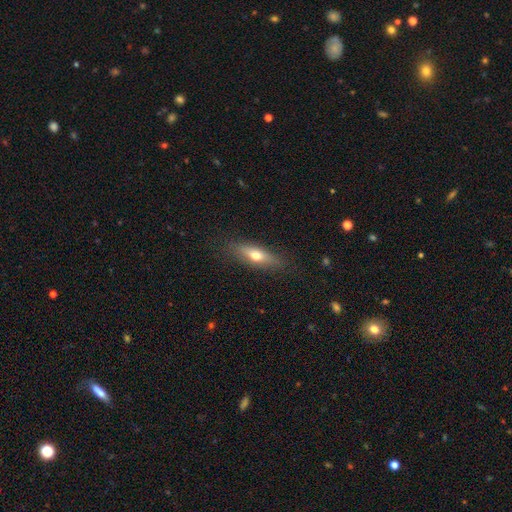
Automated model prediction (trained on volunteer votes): Morphology: type=smooth (57%); roundness=cigar-shaped (54%); merging=none (84%).